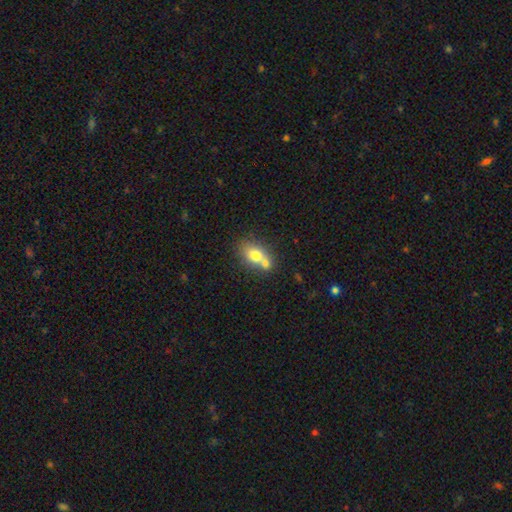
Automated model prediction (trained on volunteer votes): Smooth or featured? smooth (72%)
How rounded? in between (70%)
Merging? merger (49%)